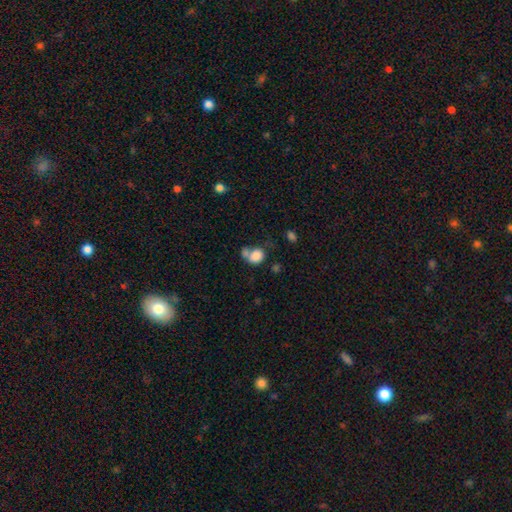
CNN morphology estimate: Smooth or featured?
  - smooth: 82% *
  - star or artifact: 9%
  - featured or disk: 9%
How rounded?
  - round: 62% *
  - in between: 37%
  - cigar-shaped: 1%
Merging?
  - merger: 41% *
  - none: 34%
  - minor disturbance: 14%
  - major disturbance: 11%